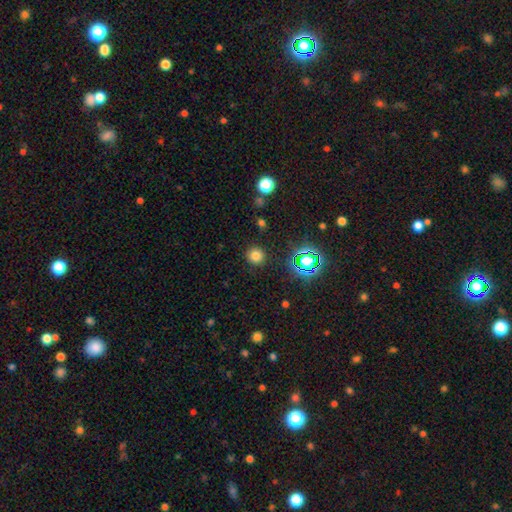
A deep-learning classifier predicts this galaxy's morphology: Q: Smooth or featured?
A: smooth (75%); runner-up: star or artifact (19%)
Q: How rounded?
A: round (93%); runner-up: in between (6%)
Q: Merging?
A: none (90%); runner-up: minor disturbance (6%)